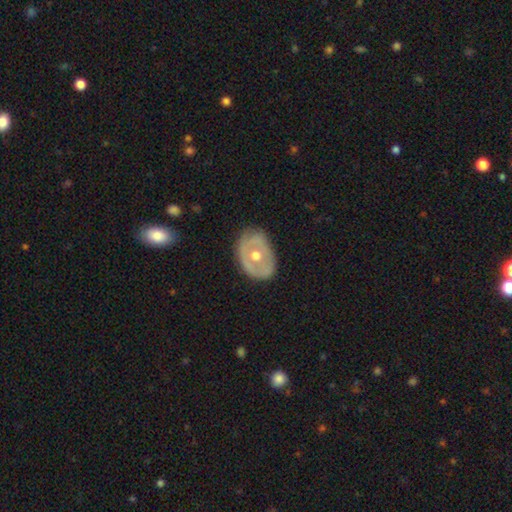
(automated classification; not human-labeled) Smooth or featured? featured or disk (60%)
Edge-on disk? no (93%)
Bar? no (84%)
Spiral arms? no (81%)
Bulge size? moderate (79%)
Merging? none (72%)